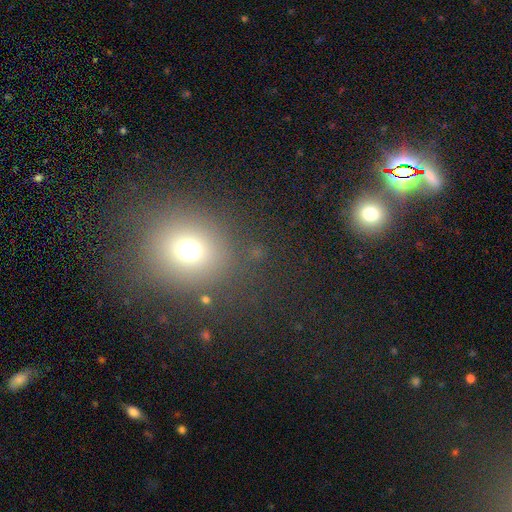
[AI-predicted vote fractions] Smooth or featured? Predicted: smooth (p=0.59). How rounded? Predicted: round (p=0.77). Merging? Predicted: none (p=0.81).